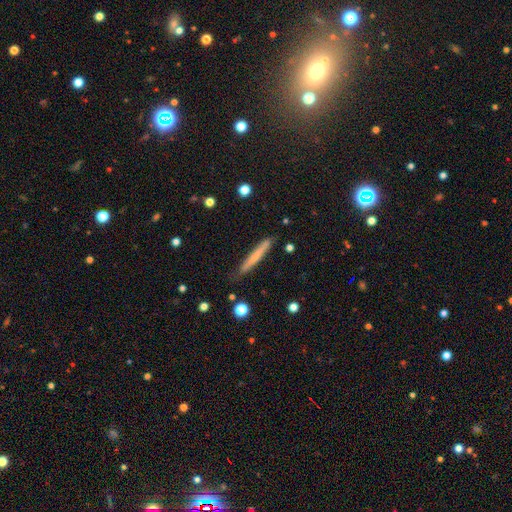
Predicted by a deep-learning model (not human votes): This is likely a smooth galaxy (62%). How rounded: clearly cigar-shaped (96%). Merging: clearly none (83%).